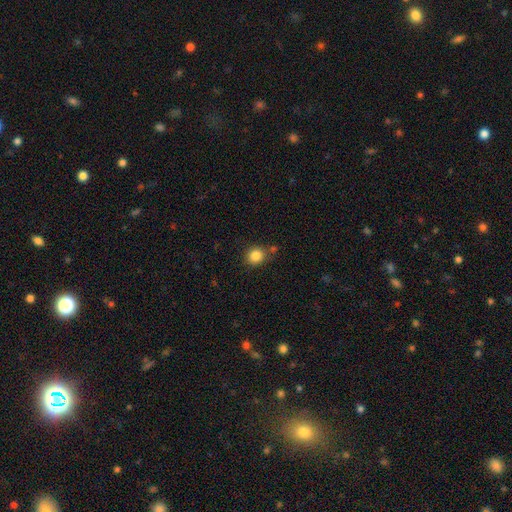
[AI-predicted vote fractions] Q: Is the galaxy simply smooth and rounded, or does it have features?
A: smooth — 84%.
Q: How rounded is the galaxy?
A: round — 82%.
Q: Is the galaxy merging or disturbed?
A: none — 79%.